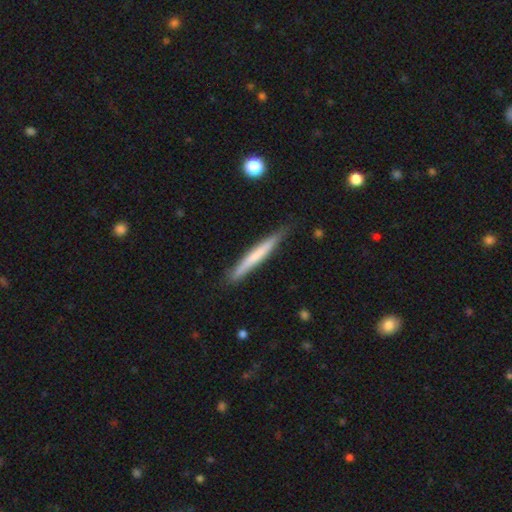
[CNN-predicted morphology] A smooth galaxy with no disk features (58%) that is cigar-shaped (96%).

Vote fractions:
- Smooth or featured? smooth: 58% / featured or disk: 37% / star or artifact: 5%
- How rounded? cigar-shaped: 96% / in between: 2% / round: 1%
- Merging? none: 83% / minor disturbance: 13% / major disturbance: 2% / merger: 1%